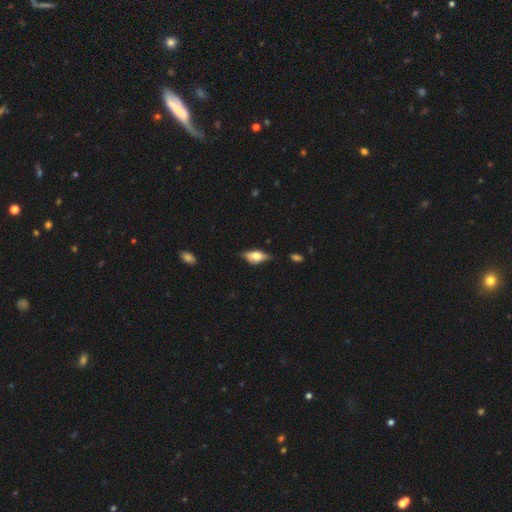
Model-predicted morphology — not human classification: Overall: featured or disk (48%; smooth 44%). Merging: none (65%; minor disturbance 26%).